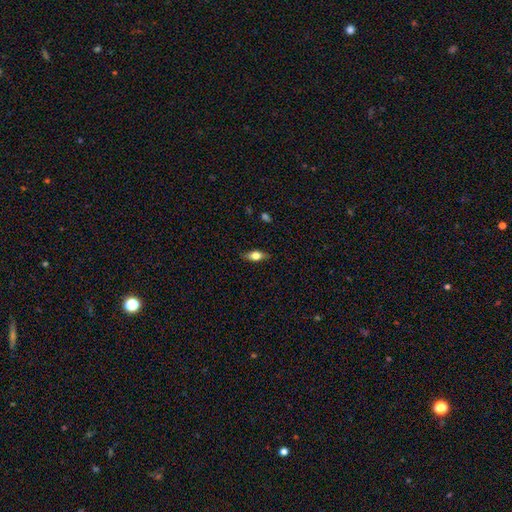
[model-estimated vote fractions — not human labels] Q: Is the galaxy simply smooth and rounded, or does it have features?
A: smooth — 65%.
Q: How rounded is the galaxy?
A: in between — 77%.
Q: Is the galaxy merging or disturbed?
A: none — 84%.